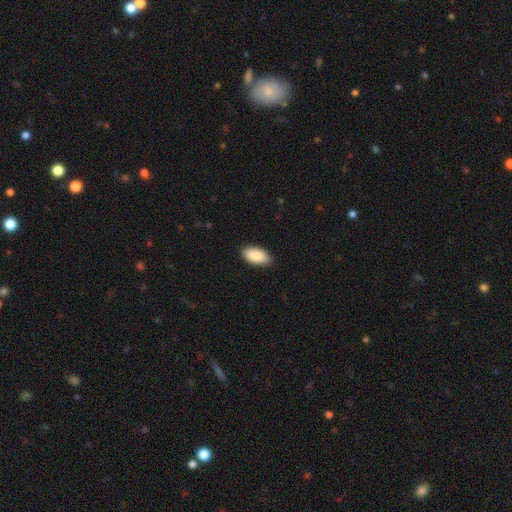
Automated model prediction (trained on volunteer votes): smooth_or_featured: smooth (p=0.89) [alt: star or artifact p=0.06]
how_rounded: in between (p=0.95) [alt: cigar-shaped p=0.03]
merging: none (p=0.88) [alt: minor disturbance p=0.09]